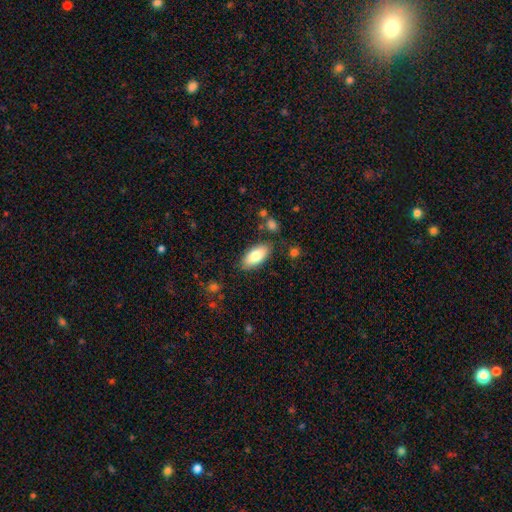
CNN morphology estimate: Smooth or featured? smooth (79%)
How rounded? in between (91%)
Merging? none (83%)